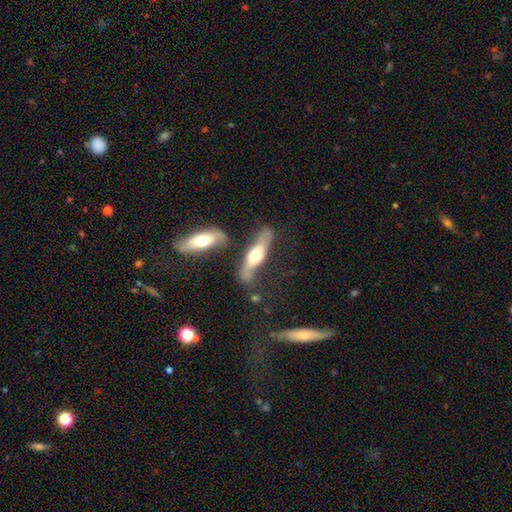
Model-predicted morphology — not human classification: The model was most divided on "smooth or featured": featured or disk: 60%, smooth: 34%, star or artifact: 6%. More confident: edge-on disk — yes (79%); merging — none (58%).